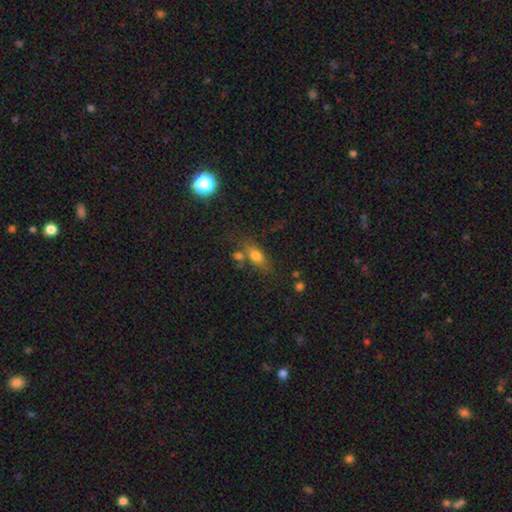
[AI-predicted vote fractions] Morphology: type=smooth (71%); roundness=in between (73%); merging=none (57%).